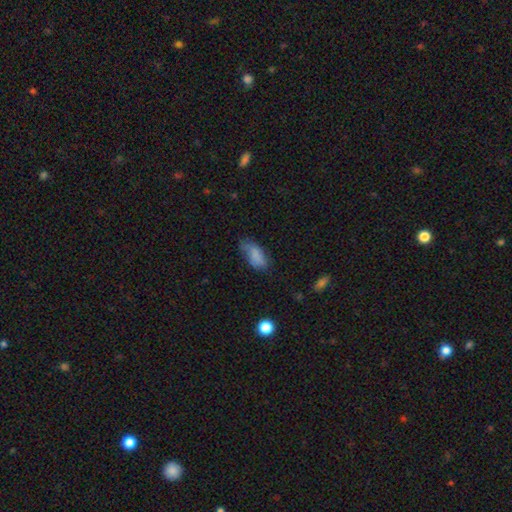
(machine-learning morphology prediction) Q: Smooth or featured?
A: smooth (78%); runner-up: featured or disk (13%)
Q: How rounded?
A: in between (91%); runner-up: cigar-shaped (6%)
Q: Merging?
A: none (46%); runner-up: minor disturbance (37%)